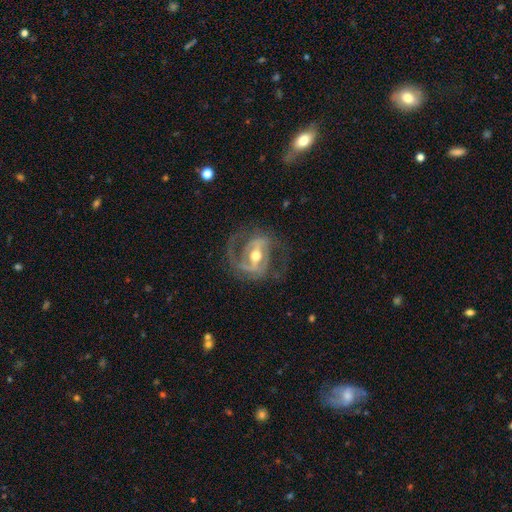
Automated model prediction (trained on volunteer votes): A featured or disk galaxy (88%) with a strong bar (55%), 2 (79%) medium (50%) spiral arms (91%) and a moderate central bulge (75%). Merging: none (67%).